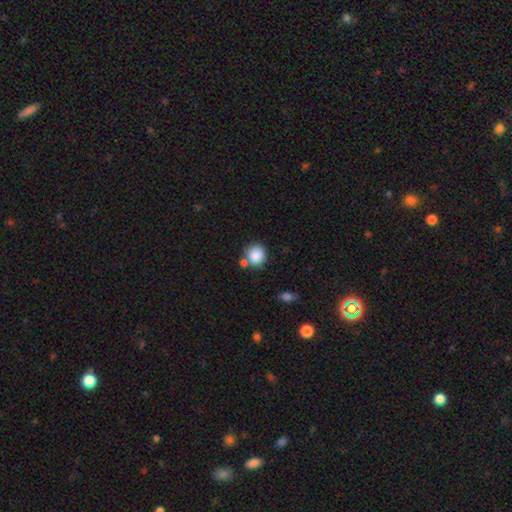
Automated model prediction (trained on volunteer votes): Overall: smooth (86%). How rounded: round (84%). Merging: none (63%).